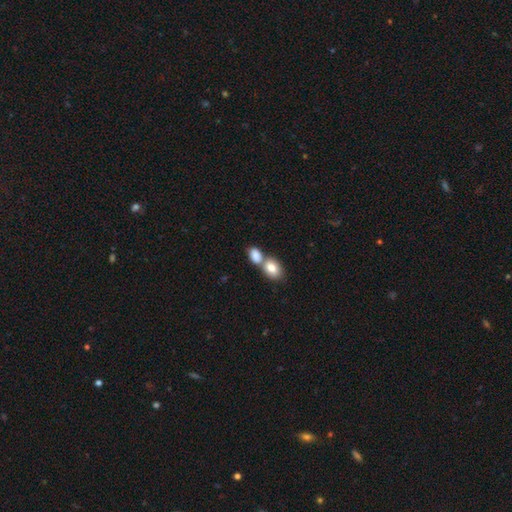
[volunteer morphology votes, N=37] A smooth galaxy with no disk features (86%) that is in between round and cigar-shaped (84%). Merging: merger (56%).